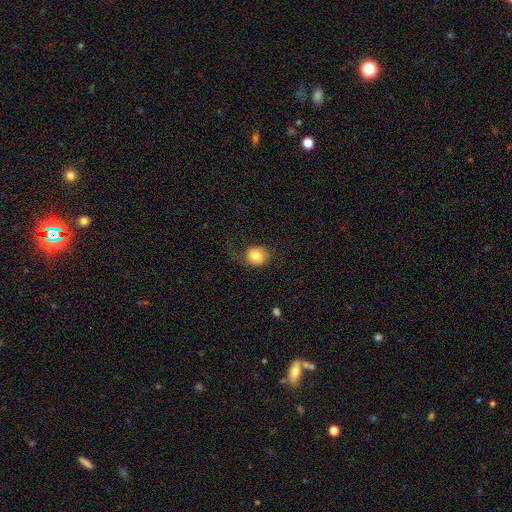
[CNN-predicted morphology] Overall: smooth (78%). How rounded: round (71%). Merging: none (56%; minor disturbance 23%).